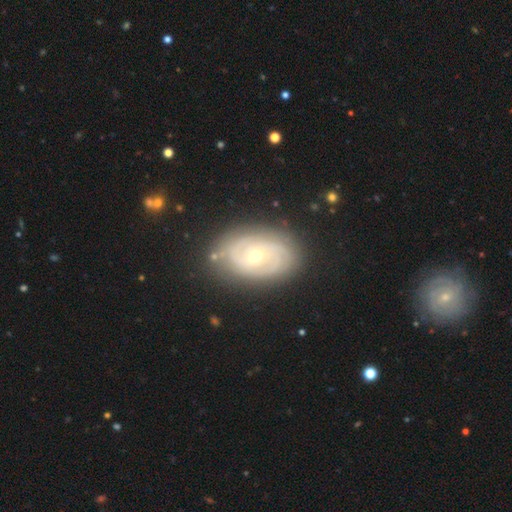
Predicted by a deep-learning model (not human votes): Smooth or featured? featured or disk (81%)
Edge-on disk? no (96%)
Bar? no (61%)
Spiral arms? yes (90%)
Spiral winding? tight (67%)
Spiral arm count? 2 (44%)
Bulge size? small (49%)
Merging? none (80%)